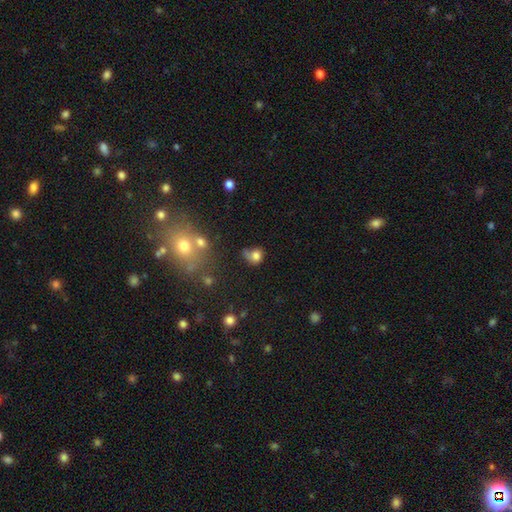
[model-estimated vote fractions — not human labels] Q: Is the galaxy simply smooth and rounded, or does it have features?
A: smooth — 75%.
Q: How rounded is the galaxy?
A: round — 62%.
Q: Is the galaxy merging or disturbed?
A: none — 35%.